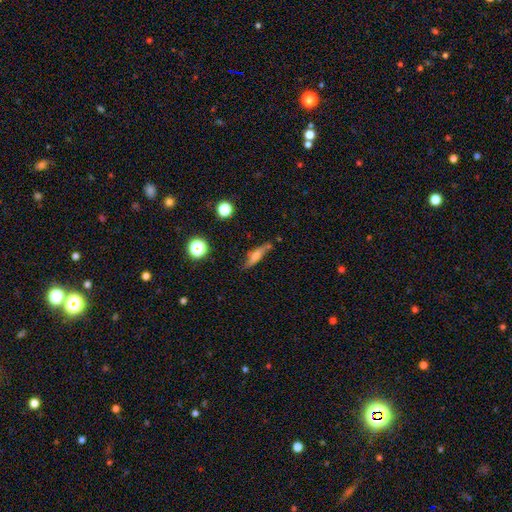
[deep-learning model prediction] The model was most divided on "smooth or featured": smooth: 50%, featured or disk: 38%, star or artifact: 12%. More confident: how rounded — cigar-shaped (65%); merging — none (65%).